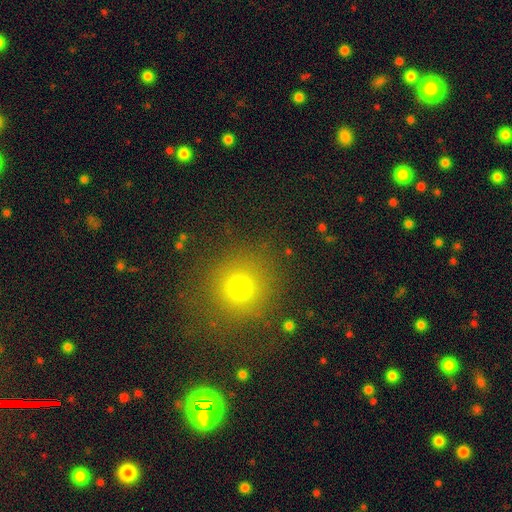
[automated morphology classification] Overall: smooth (61%; star or artifact 31%). How rounded: round (93%). Merging: none (88%).